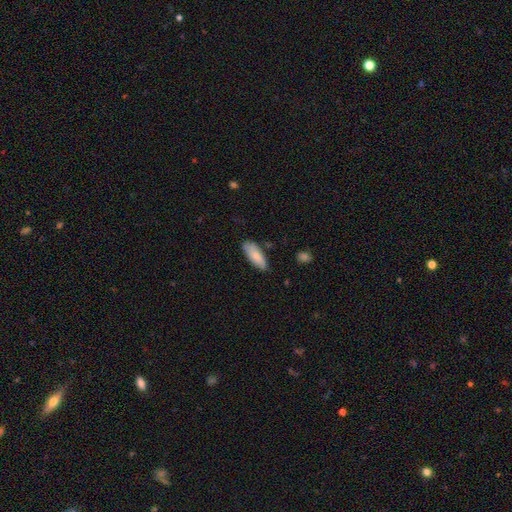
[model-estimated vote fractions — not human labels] smooth_or_featured: smooth (p=0.80) [alt: featured or disk p=0.14]
how_rounded: in between (p=0.75) [alt: cigar-shaped p=0.23]
merging: none (p=0.72) [alt: minor disturbance p=0.22]